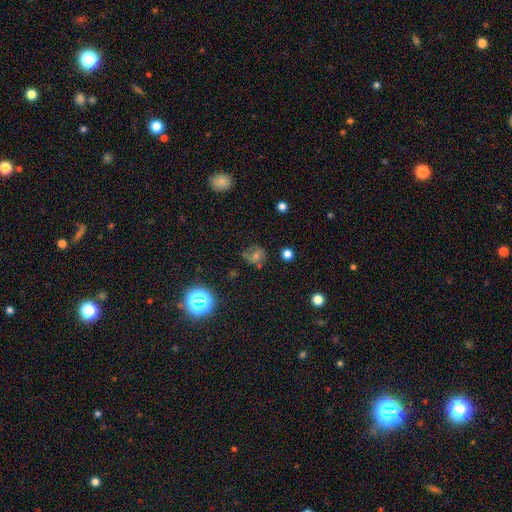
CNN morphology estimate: The model was most divided on "smooth or featured": smooth: 46%, star or artifact: 32%, featured or disk: 22%. More confident: merging — none (69%).